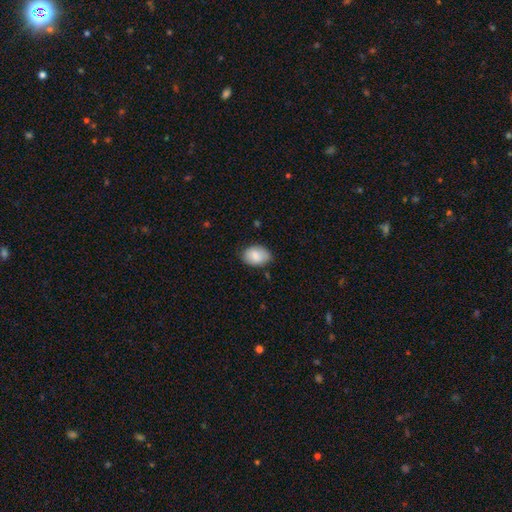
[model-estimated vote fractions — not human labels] Overall: smooth (84%). How rounded: in between (80%). Merging: none (77%).